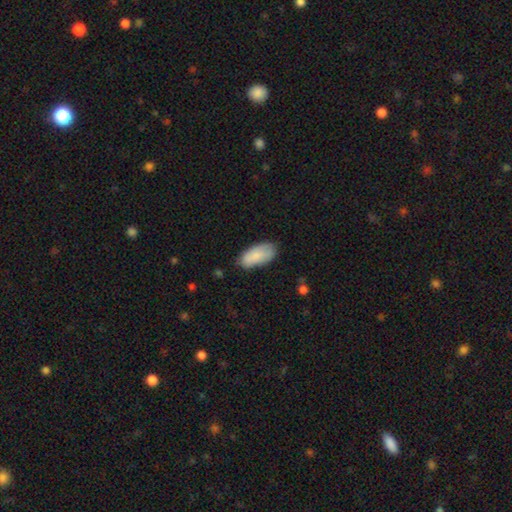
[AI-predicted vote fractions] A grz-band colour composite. It shows a smooth galaxy with no disk features (85%) that is in between round and cigar-shaped (92%). Merging: none (72%).